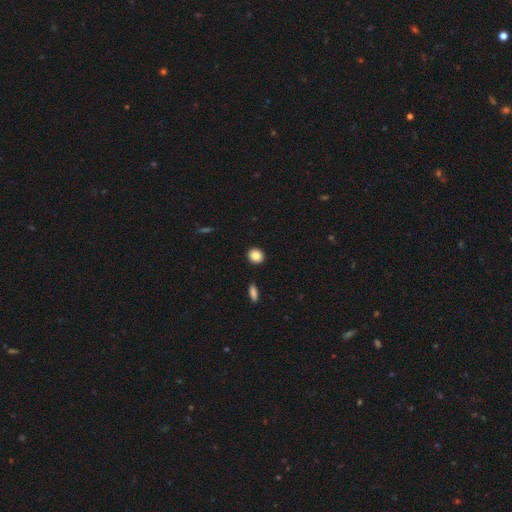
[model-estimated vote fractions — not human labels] This appears to be a smooth galaxy with no disk features (87%) that is round (73%). Merging: none (91%).